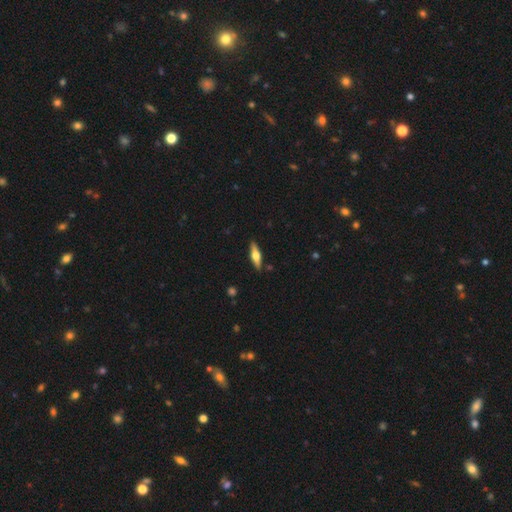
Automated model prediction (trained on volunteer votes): featured or disk 54%, smooth 41%, star or artifact 6%. Down the decision tree: edge-on disk — yes (94%); edge-on bulge — rounded (90%); merging — none (88%).